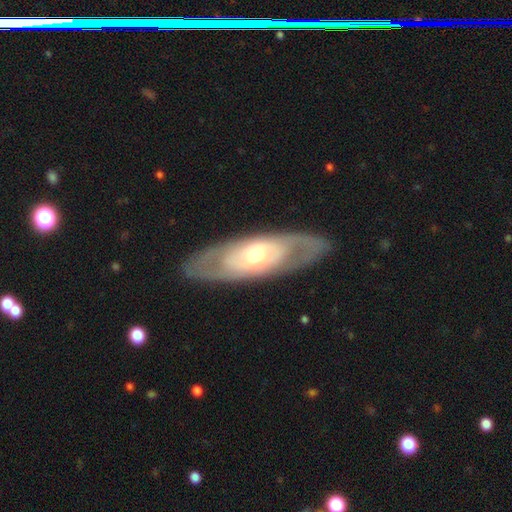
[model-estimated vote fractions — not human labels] Morphology: type=featured or disk (67%); edge-on=no (81%); bar=no (76%); spiral arms=no (57%); bulge=moderate (54%); merging=none (84%).